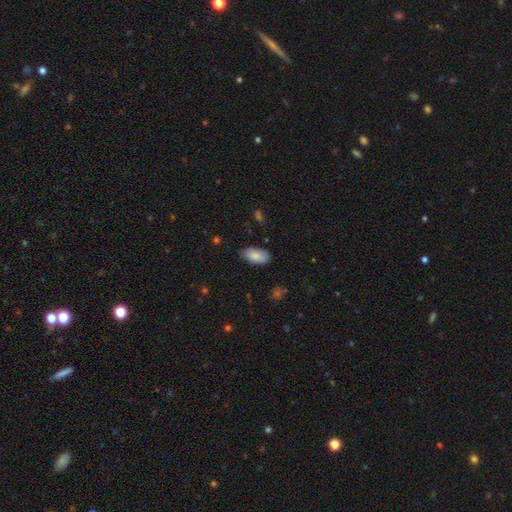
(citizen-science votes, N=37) Q: Smooth or featured?
A: smooth (89%); runner-up: featured or disk (5%)
Q: How rounded?
A: in between (97%); runner-up: cigar-shaped (3%)
Q: Merging?
A: none (91%); runner-up: minor disturbance (9%)